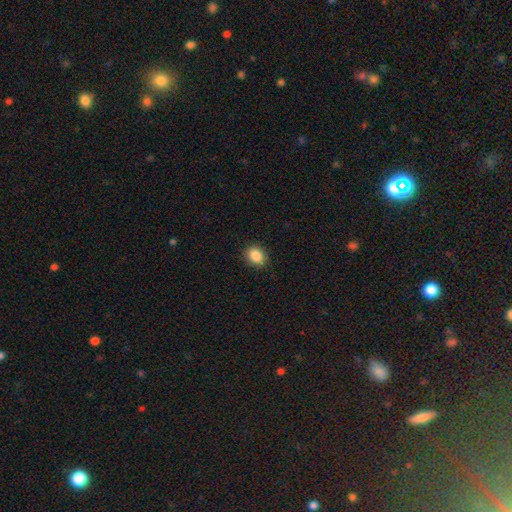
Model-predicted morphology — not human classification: Overall: smooth (87%). How rounded: round (55%; in between 44%). Merging: none (88%).